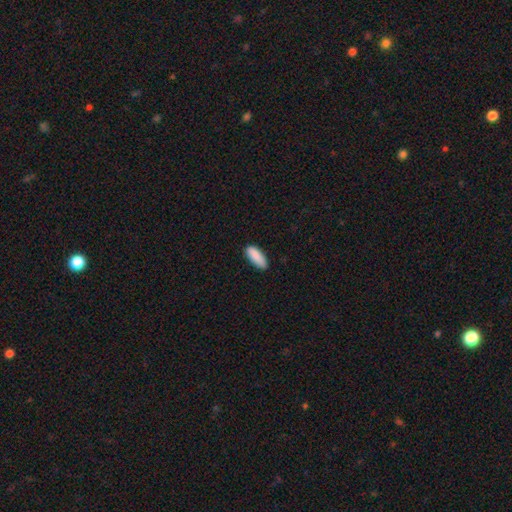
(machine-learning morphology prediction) smooth 89%, star or artifact 6%, featured or disk 5%. Down the decision tree: how rounded — in between (77%); merging — none (84%).